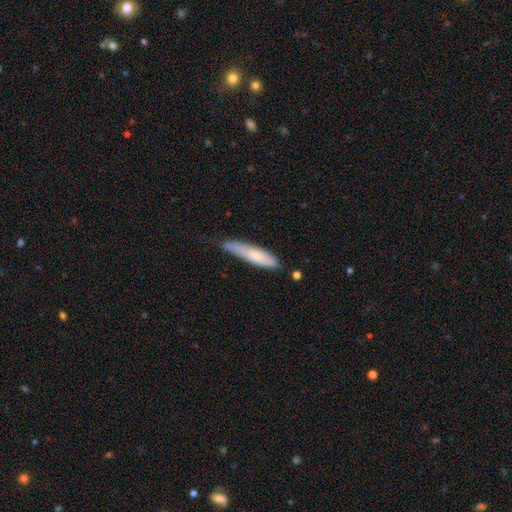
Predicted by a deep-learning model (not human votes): Smooth or featured? smooth (68%)
How rounded? cigar-shaped (80%)
Merging? none (56%)